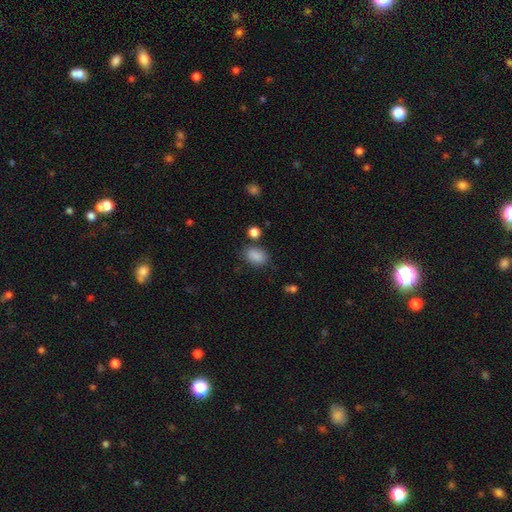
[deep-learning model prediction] Smooth or featured: smooth — 87% (star or artifact — 9%)
How rounded: in between — 83% (round — 16%)
Merging: none — 75% (minor disturbance — 15%)